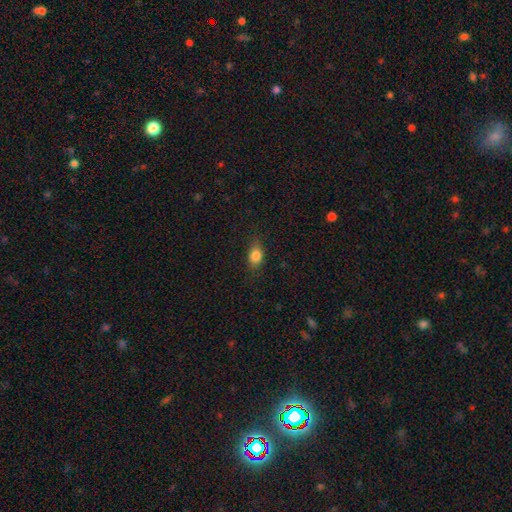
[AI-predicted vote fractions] Overall: smooth (83%). How rounded: in between (73%). Merging: none (80%).